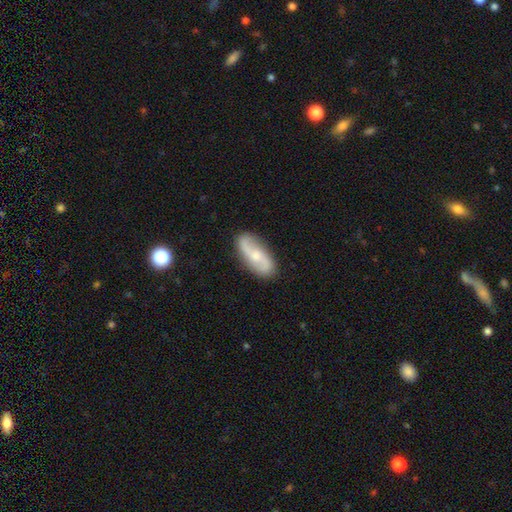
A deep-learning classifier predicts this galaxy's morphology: smooth-or-featured: featured or disk: 72% | smooth: 22% | star or artifact: 6%
  disk-edge-on: no: 92% | yes: 8%
    bar: no: 53% | weak: 36% | strong: 11%
    has-spiral-arms: yes: 93% | no: 7%
      spiral-winding: loose: 64% | medium: 26% | tight: 10%
      spiral-arm-count: 2: 91% | can't tell: 4% | 1: 2% | 3: 1% | 4: 1% | more than 4: 1%
    bulge-size: small: 47% | moderate: 46% | none: 3% | large: 3% | dominant: 1%
  merging: none: 85% | minor disturbance: 11% | major disturbance: 2% | merger: 1%